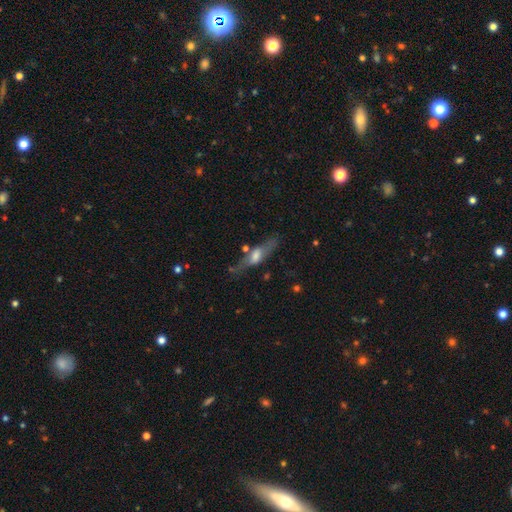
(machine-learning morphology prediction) A featured or disk galaxy (53%) viewed edge-on (73%).

Vote fractions:
- Smooth or featured? featured or disk: 53% / smooth: 40% / star or artifact: 7%
- Edge-on disk? yes: 73% / no: 27%
- Merging? none: 67% / minor disturbance: 18% / major disturbance: 8% / merger: 6%